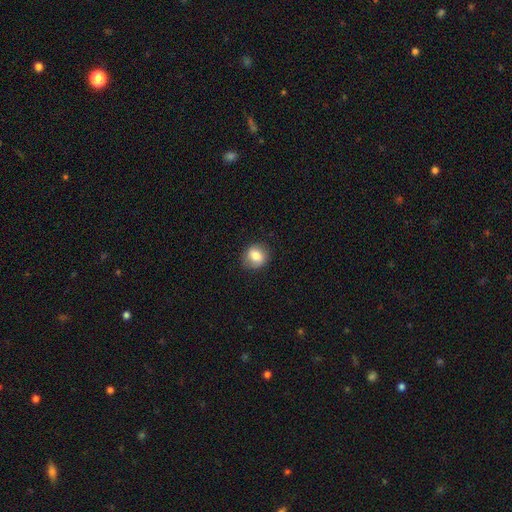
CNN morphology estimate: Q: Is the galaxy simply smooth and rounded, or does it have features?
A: smooth — 75%.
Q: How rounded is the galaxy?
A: round — 72%.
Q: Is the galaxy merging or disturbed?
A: none — 84%.